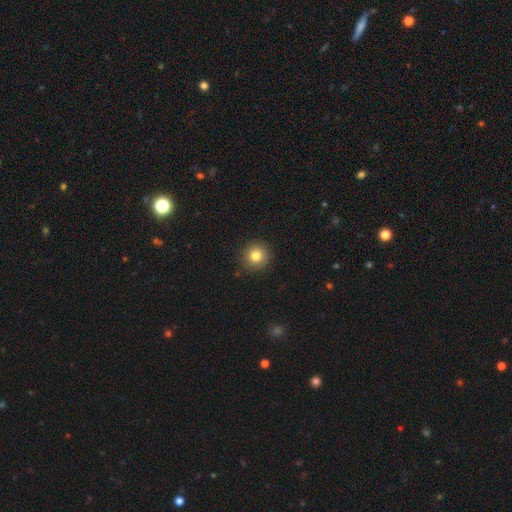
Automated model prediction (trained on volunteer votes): Smooth or featured? Predicted: smooth (p=0.81). How rounded? Predicted: round (p=0.95). Merging? Predicted: none (p=0.90).